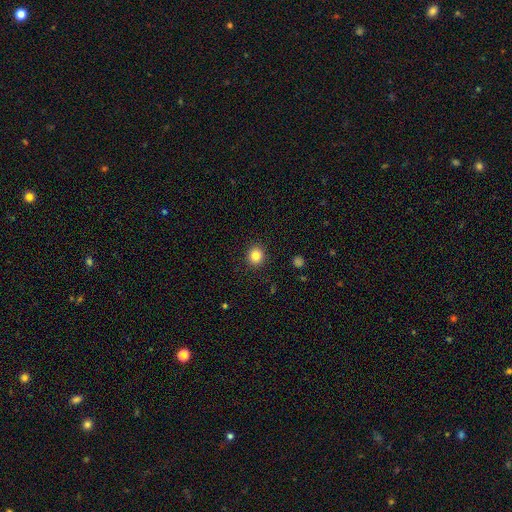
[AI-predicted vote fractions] A smooth galaxy with no disk features (84%) that is round (88%).

Vote fractions:
- Smooth or featured? smooth: 84% / star or artifact: 11% / featured or disk: 5%
- How rounded? round: 88% / in between: 11% / cigar-shaped: 1%
- Merging? none: 92% / minor disturbance: 5% / major disturbance: 2% / merger: 1%